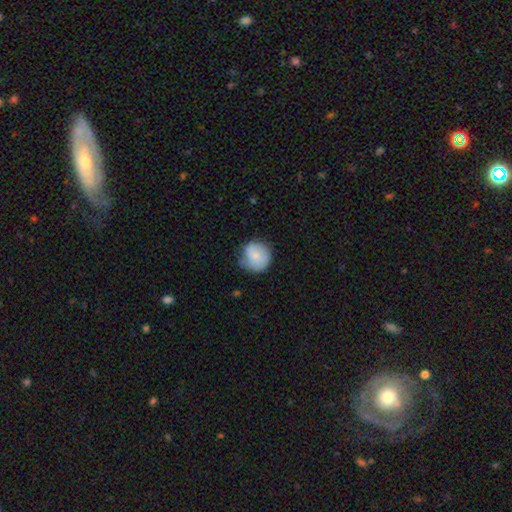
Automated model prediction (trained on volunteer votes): Q: Smooth or featured?
A: smooth (76%); runner-up: featured or disk (17%)
Q: How rounded?
A: round (88%); runner-up: in between (11%)
Q: Merging?
A: none (57%); runner-up: minor disturbance (31%)